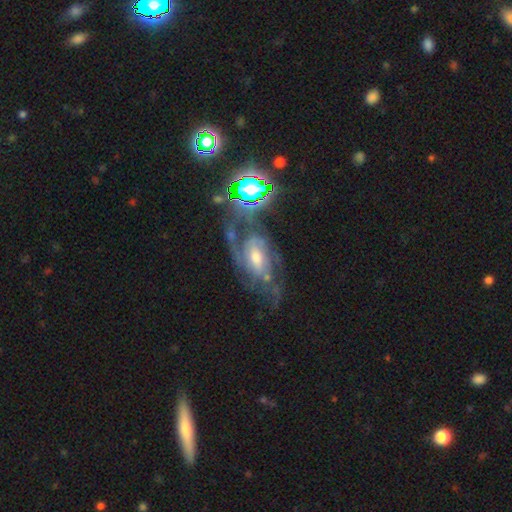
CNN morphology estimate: Overall: featured or disk (78%). Edge-on disk: no (95%). Bar: no (45%; weak 41%). Spiral arms: yes (93%). Spiral arm count: 2 (51%; can't tell 21%). Spiral winding: medium (47%; tight 33%). Bulge size: moderate (56%; small 28%). Merging: none (48%; major disturbance 24%).